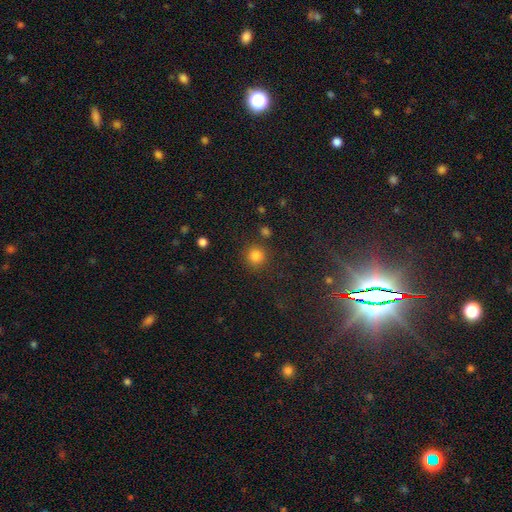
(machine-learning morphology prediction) Smooth or featured?
  - smooth: 83% *
  - star or artifact: 13%
  - featured or disk: 4%
How rounded?
  - round: 93% *
  - in between: 6%
  - cigar-shaped: 1%
Merging?
  - none: 84% *
  - minor disturbance: 8%
  - merger: 4%
  - major disturbance: 4%